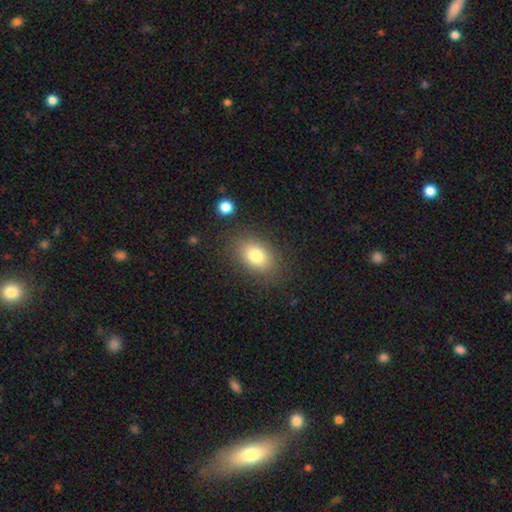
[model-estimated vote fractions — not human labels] Smooth or featured? smooth (79%)
How rounded? in between (80%)
Merging? none (82%)